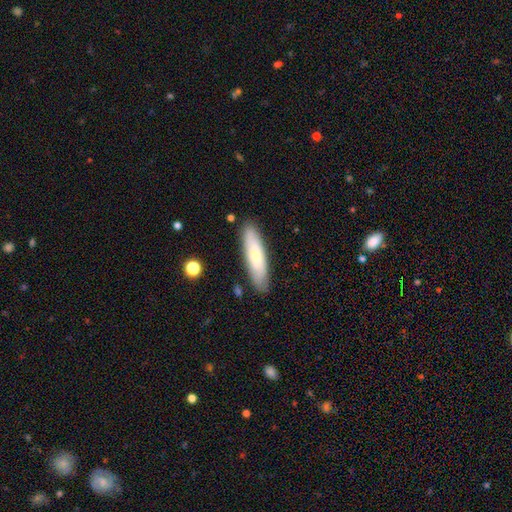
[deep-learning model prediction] Morphology: type=smooth (65%); roundness=cigar-shaped (69%); merging=none (85%).